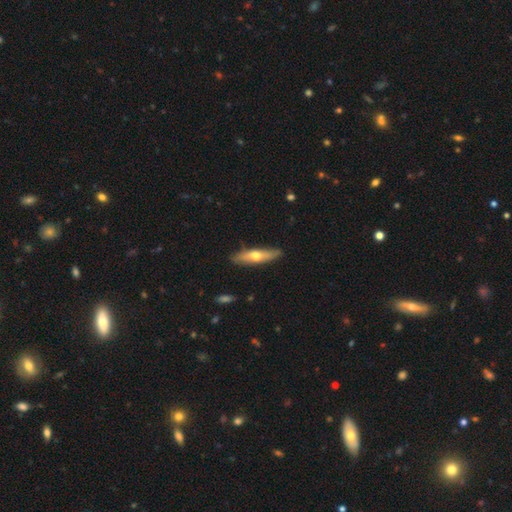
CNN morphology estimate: A smooth galaxy with no disk features (50%) that is cigar-shaped (73%).

Vote fractions:
- Smooth or featured? smooth: 50% / featured or disk: 44% / star or artifact: 5%
- How rounded? cigar-shaped: 73% / in between: 25% / round: 2%
- Merging? none: 86% / minor disturbance: 11% / major disturbance: 2% / merger: 1%